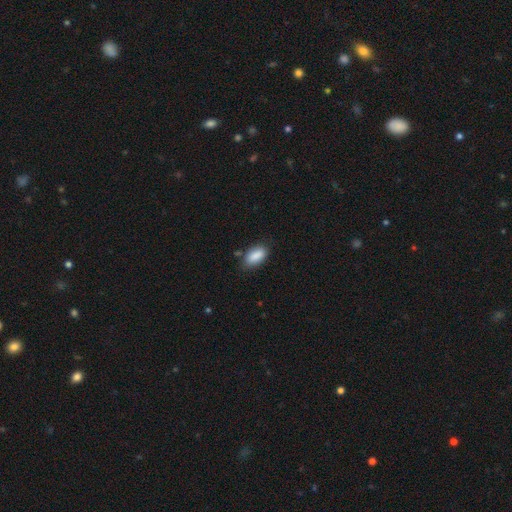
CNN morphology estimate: Smooth or featured: smooth — 88% (star or artifact — 7%)
How rounded: in between — 91% (cigar-shaped — 6%)
Merging: none — 76% (minor disturbance — 18%)